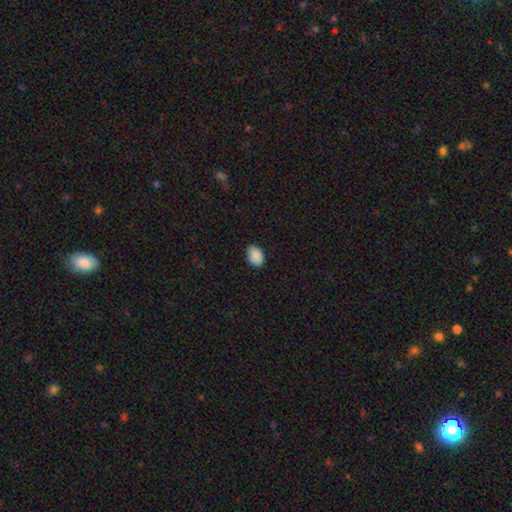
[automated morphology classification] type=smooth (89%); roundness=in between (80%); merging=none (85%).